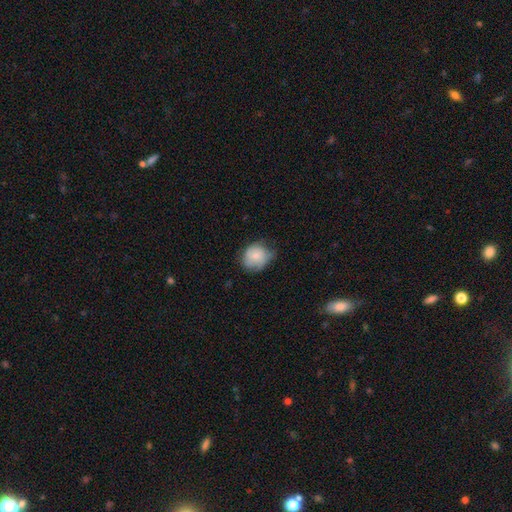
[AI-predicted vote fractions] smooth 70%, featured or disk 22%, star or artifact 8%. Down the decision tree: how rounded — round (67%); merging — none (46%).